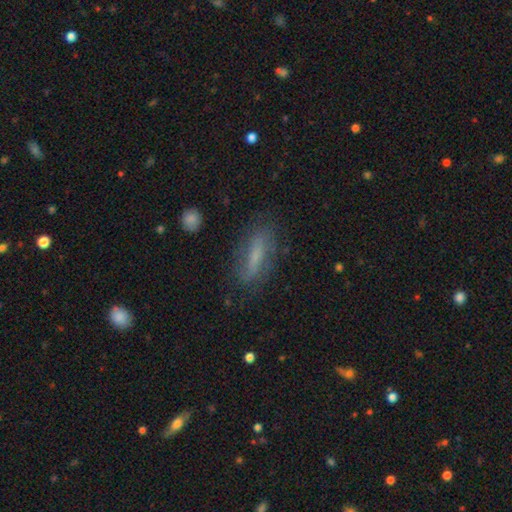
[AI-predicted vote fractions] Overall: smooth (51%; featured or disk 37%). How rounded: cigar-shaped (61%; in between 36%). Merging: none (76%).